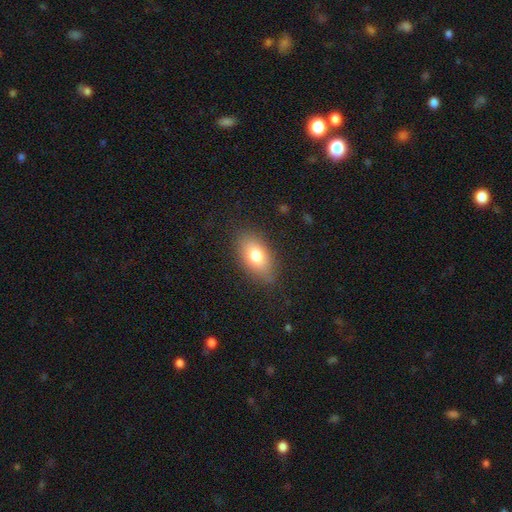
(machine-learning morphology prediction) Smooth or featured? Predicted: smooth (p=0.77). How rounded? Predicted: in between (p=0.88). Merging? Predicted: none (p=0.81).